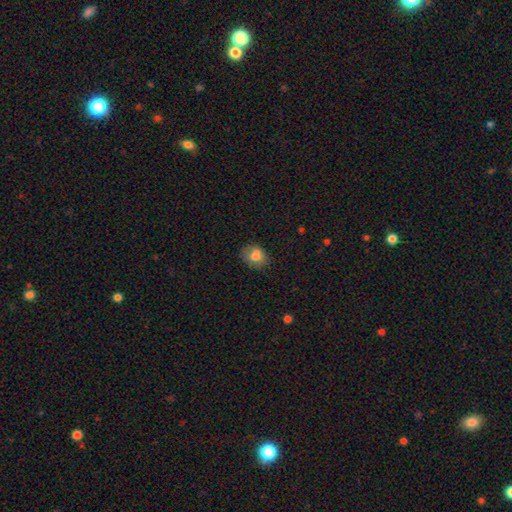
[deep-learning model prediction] smooth_or_featured: smooth (p=0.74) [alt: featured or disk p=0.17]
how_rounded: in between (p=0.55) [alt: round p=0.44]
merging: none (p=0.60) [alt: minor disturbance p=0.26]